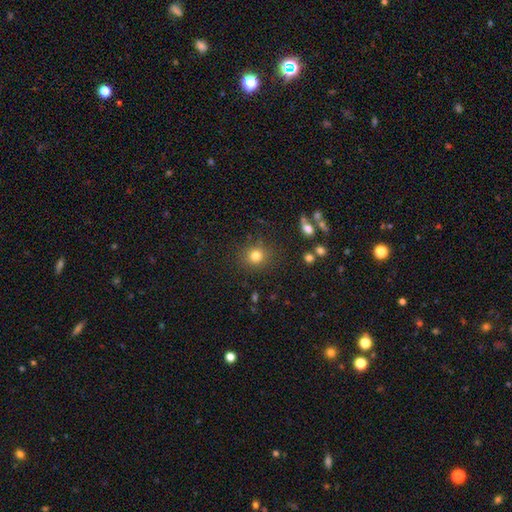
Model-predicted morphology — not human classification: A smooth galaxy with no disk features (79%) that is round (86%). Merging: none (84%).